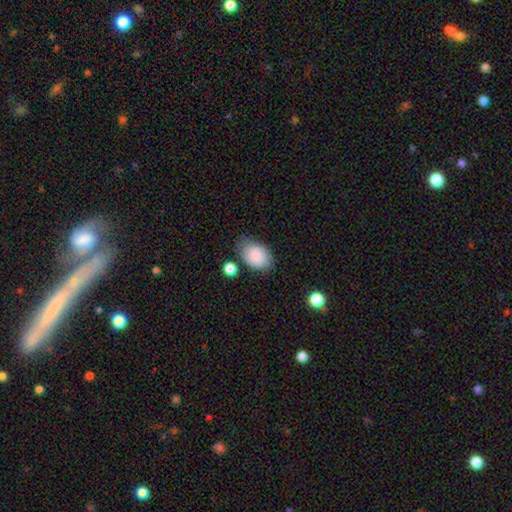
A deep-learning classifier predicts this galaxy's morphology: A smooth galaxy with no disk features (84%) that is in between round and cigar-shaped (87%). Merging: none (66%).